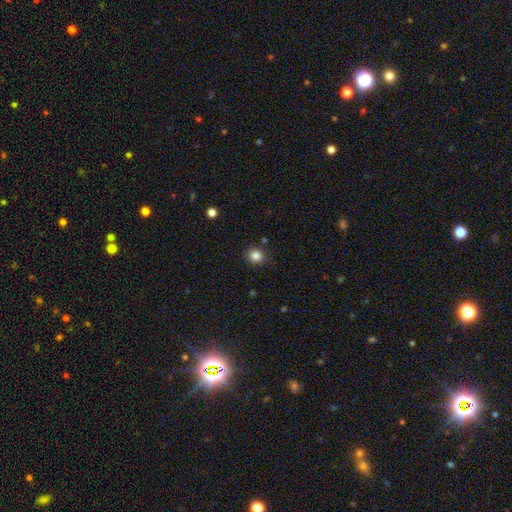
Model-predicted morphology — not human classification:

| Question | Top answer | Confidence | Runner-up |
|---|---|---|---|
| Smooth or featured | smooth | 84% | star or artifact (11%) |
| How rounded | round | 86% | in between (13%) |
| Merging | none | 89% | minor disturbance (7%) |